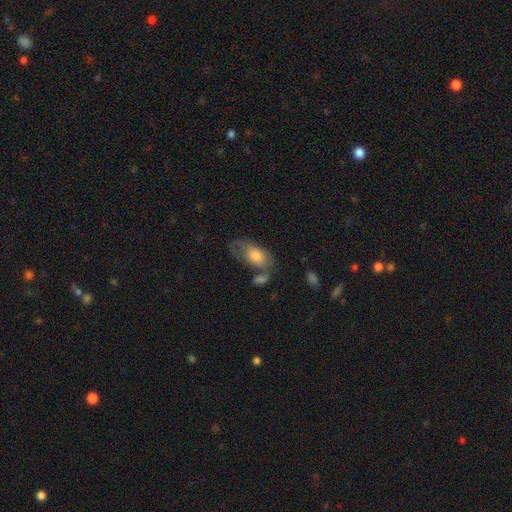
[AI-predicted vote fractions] smooth 67%, featured or disk 26%, star or artifact 7%. Down the decision tree: how rounded — in between (91%); merging — none (37%).